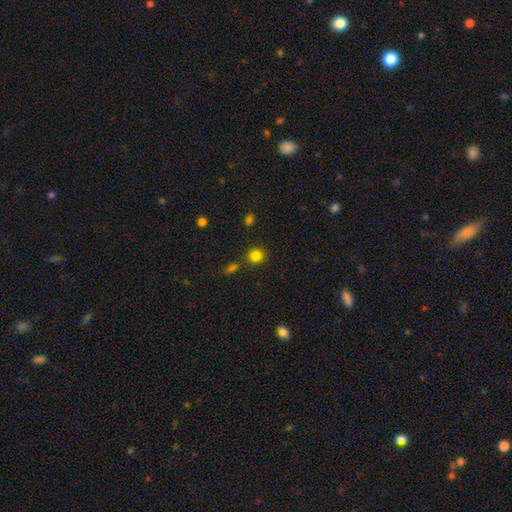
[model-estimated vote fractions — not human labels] Smooth or featured: smooth — 83% (star or artifact — 12%)
How rounded: round — 86% (in between — 13%)
Merging: none — 83% (minor disturbance — 8%)